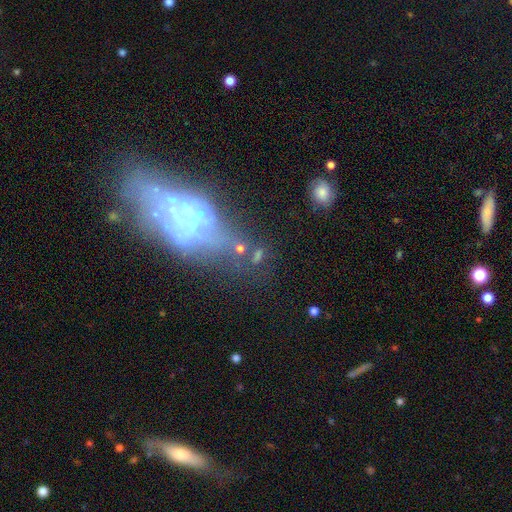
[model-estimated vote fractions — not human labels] smooth_or_featured: featured or disk (p=0.46) [alt: star or artifact p=0.29]
merging: none (p=0.40) [alt: major disturbance p=0.25]